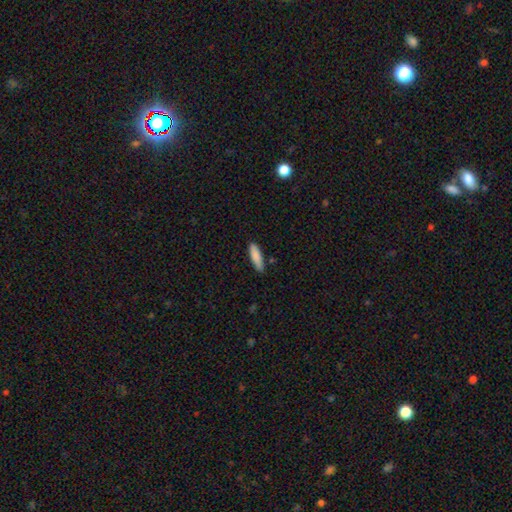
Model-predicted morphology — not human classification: Smooth or featured? Predicted: smooth (p=0.87). How rounded? Predicted: cigar-shaped (p=0.64). Merging? Predicted: none (p=0.83).